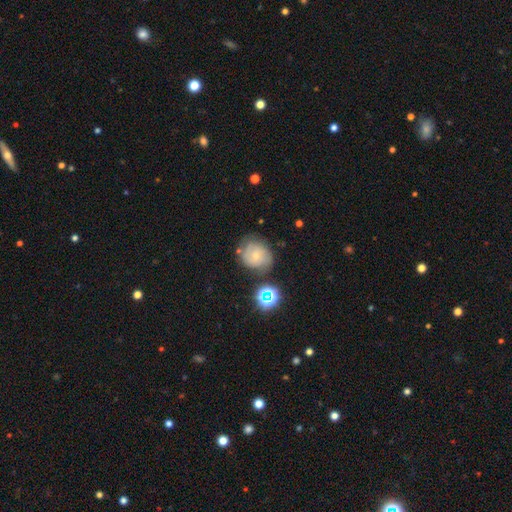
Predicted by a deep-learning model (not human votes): Morphology: type=featured or disk (46%); merging=none (66%).